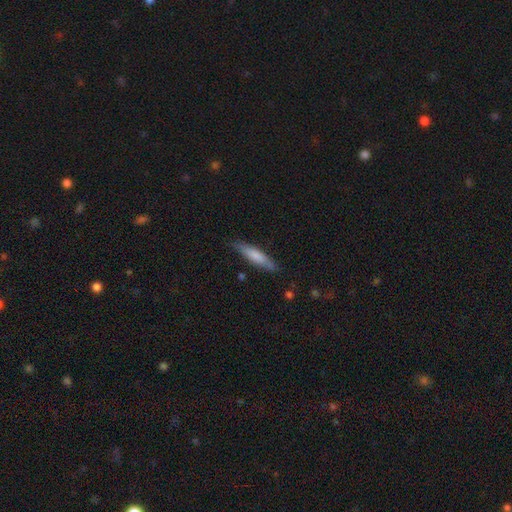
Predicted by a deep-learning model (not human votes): Smooth or featured: smooth — 70% (featured or disk — 25%)
How rounded: cigar-shaped — 82% (in between — 17%)
Merging: none — 81% (minor disturbance — 15%)